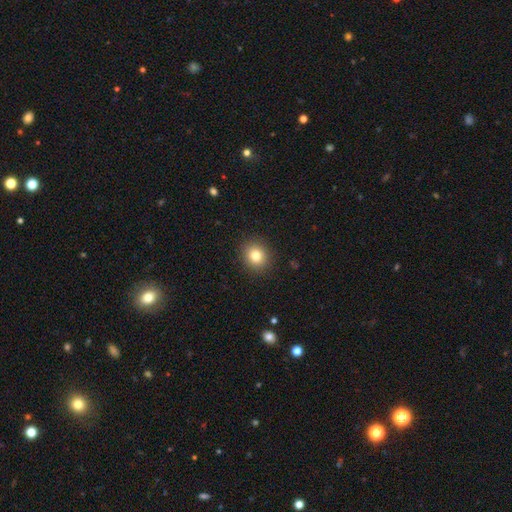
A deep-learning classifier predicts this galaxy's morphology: The model was most divided on "how rounded": round: 81%, in between: 19%, cigar-shaped: 1%. More confident: merging — none (90%); smooth or featured — smooth (81%).